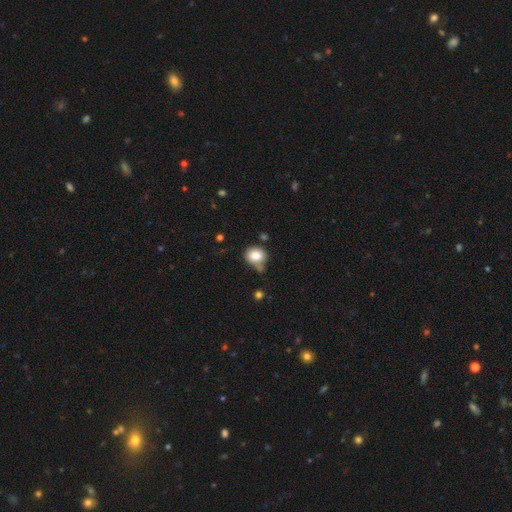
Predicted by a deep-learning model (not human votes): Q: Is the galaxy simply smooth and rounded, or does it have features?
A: smooth — 82%.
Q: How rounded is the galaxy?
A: round — 68%.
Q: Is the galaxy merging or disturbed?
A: none — 50%.